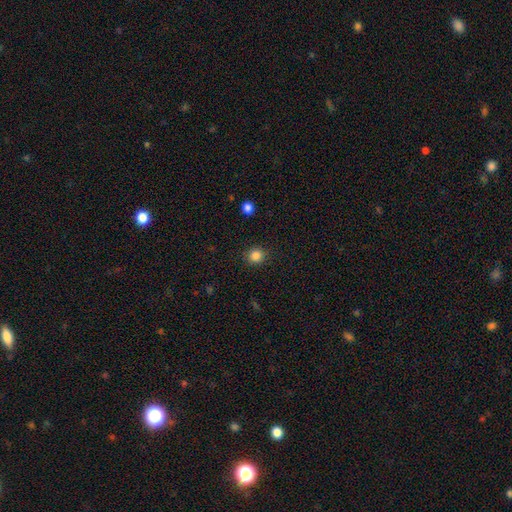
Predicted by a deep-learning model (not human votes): Smooth or featured: smooth — 85% (star or artifact — 12%)
How rounded: round — 90% (in between — 9%)
Merging: none — 90% (minor disturbance — 7%)